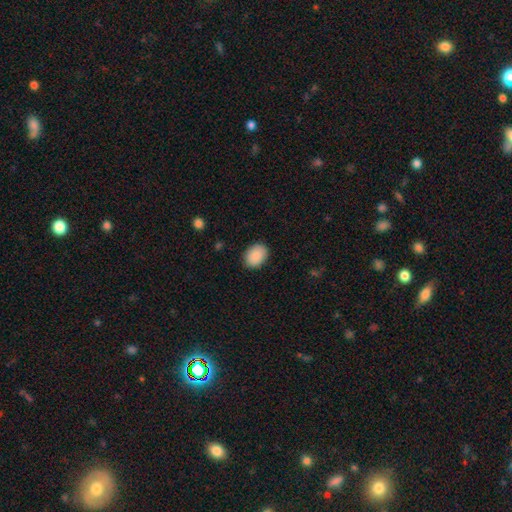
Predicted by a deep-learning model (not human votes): A smooth galaxy with no disk features (90%) that is in between round and cigar-shaped (70%). Merging: none (88%).